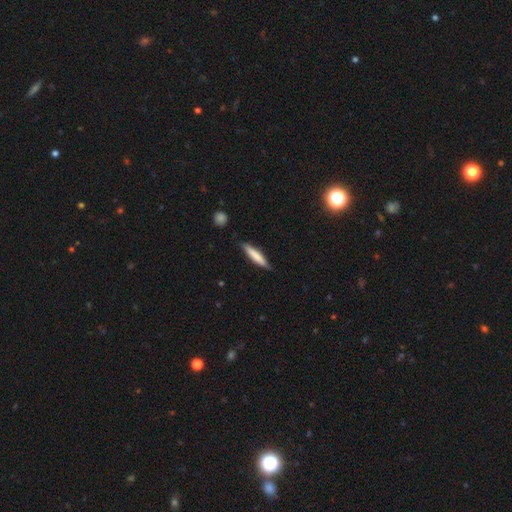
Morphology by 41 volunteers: A smooth galaxy with no disk features (68%) that is cigar-shaped (82%).

Vote fractions:
- Smooth or featured? smooth: 68% / featured or disk: 24% / star or artifact: 7%
- How rounded? cigar-shaped: 82% / in between: 14% / round: 4%
- Merging? none: 89% / minor disturbance: 11% / major disturbance: 0% / merger: 0%